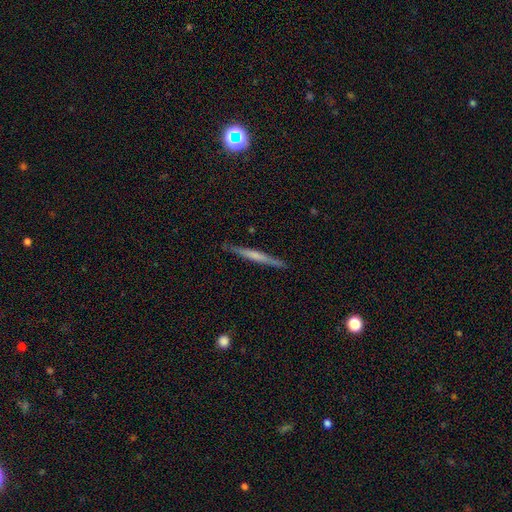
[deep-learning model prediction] This is possibly a featured or disk galaxy (52%). It is clearly viewed edge-on (97%). Edge-on bulge: likely none (61%). Merging: clearly none (90%).